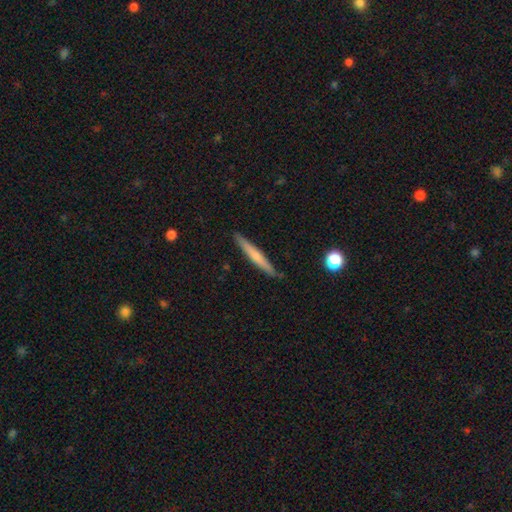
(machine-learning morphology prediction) This is possibly a smooth galaxy (55%). How rounded: clearly cigar-shaped (96%). Merging: clearly none (88%).